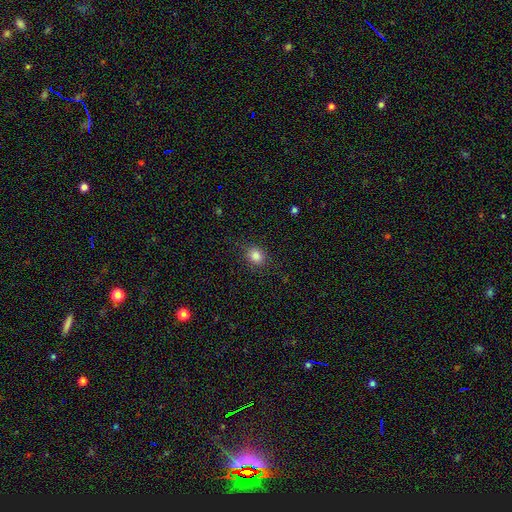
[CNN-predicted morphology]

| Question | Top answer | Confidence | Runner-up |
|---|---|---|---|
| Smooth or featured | smooth | 84% | star or artifact (11%) |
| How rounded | round | 63% | in between (36%) |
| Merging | none | 84% | minor disturbance (11%) |